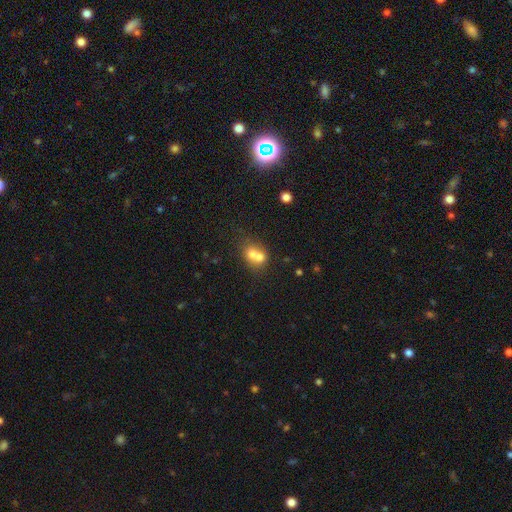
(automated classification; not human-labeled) smooth 66%, featured or disk 23%, star or artifact 11%. Down the decision tree: how rounded — round (59%); merging — merger (67%).